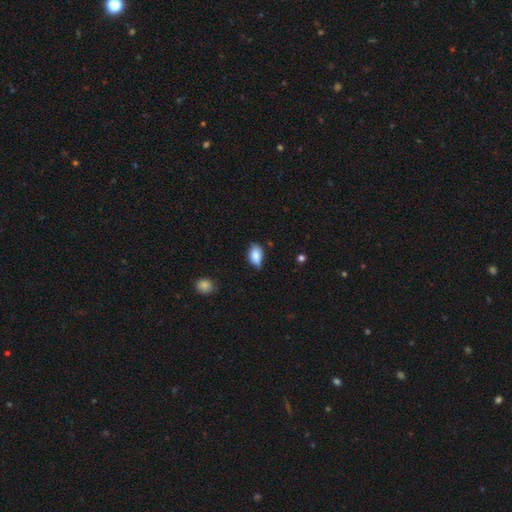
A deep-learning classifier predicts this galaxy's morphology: type=smooth (81%); roundness=in between (90%); merging=none (62%).